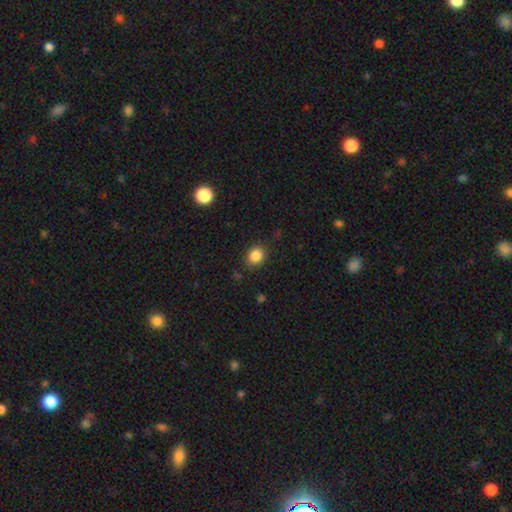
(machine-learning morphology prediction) Smooth or featured? Predicted: smooth (p=0.85). How rounded? Predicted: round (p=0.68). Merging? Predicted: none (p=0.85).